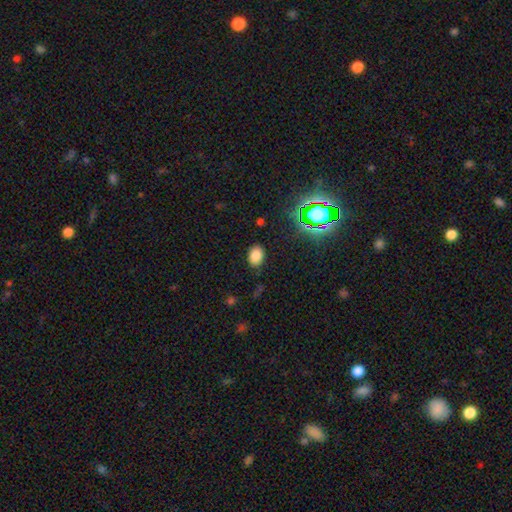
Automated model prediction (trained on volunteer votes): Q: Smooth or featured?
A: smooth (78%); runner-up: star or artifact (16%)
Q: How rounded?
A: in between (76%); runner-up: round (23%)
Q: Merging?
A: none (85%); runner-up: minor disturbance (10%)